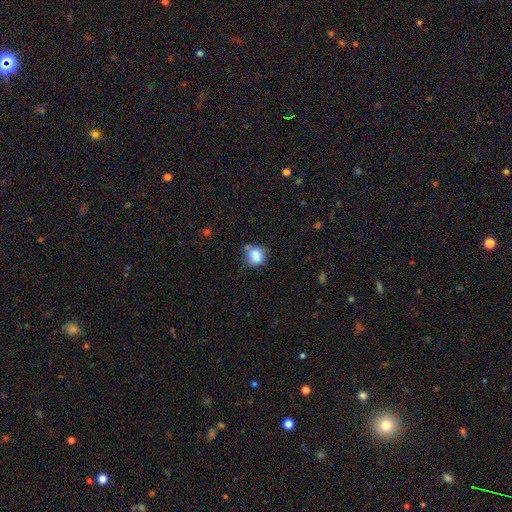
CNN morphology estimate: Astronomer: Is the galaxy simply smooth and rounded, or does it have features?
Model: smooth — 82%.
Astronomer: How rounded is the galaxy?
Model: round — 72%.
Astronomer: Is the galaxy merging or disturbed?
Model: none — 55% (runner-up: minor disturbance, 30%).